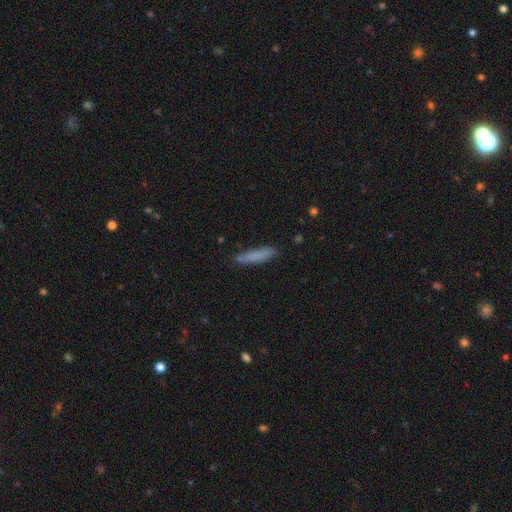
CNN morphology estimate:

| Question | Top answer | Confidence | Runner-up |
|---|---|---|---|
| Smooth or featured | smooth | 82% | featured or disk (11%) |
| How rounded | cigar-shaped | 88% | in between (11%) |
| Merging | none | 83% | minor disturbance (13%) |